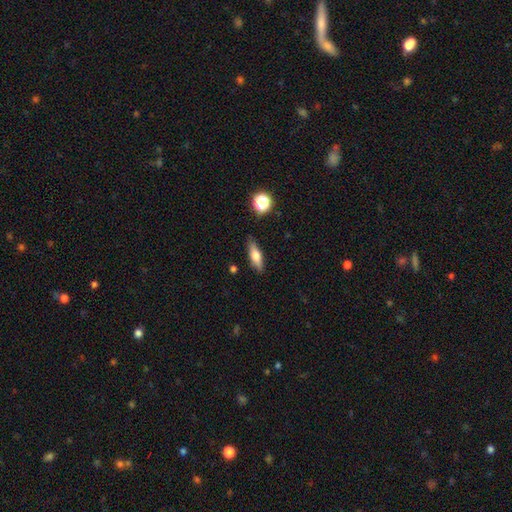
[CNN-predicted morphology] type=smooth (64%); roundness=cigar-shaped (50%); merging=none (84%).